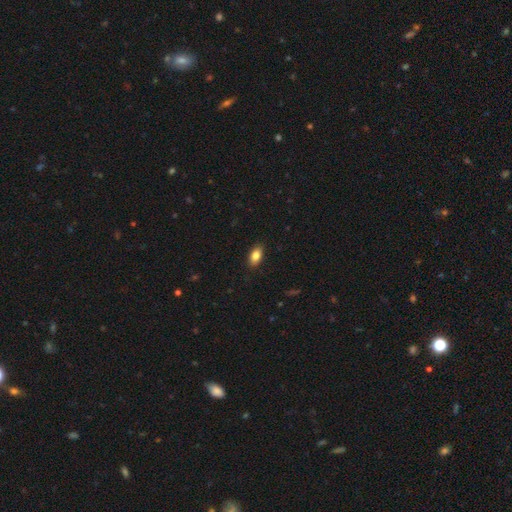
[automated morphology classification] Smooth or featured? smooth (85%)
How rounded? in between (90%)
Merging? none (88%)